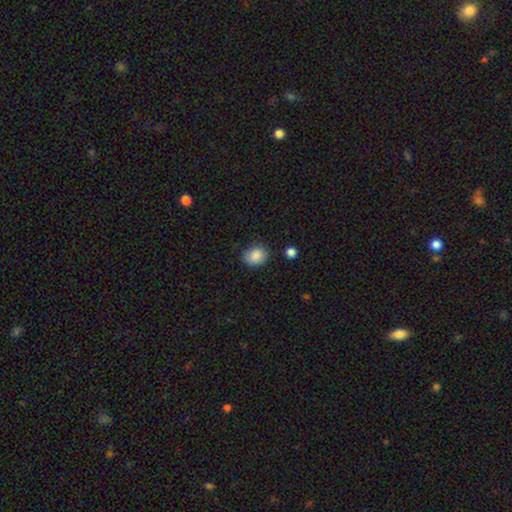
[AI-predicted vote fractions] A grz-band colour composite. It shows a smooth galaxy with no disk features (86%) that is in between round and cigar-shaped (51%). Merging: none (79%).